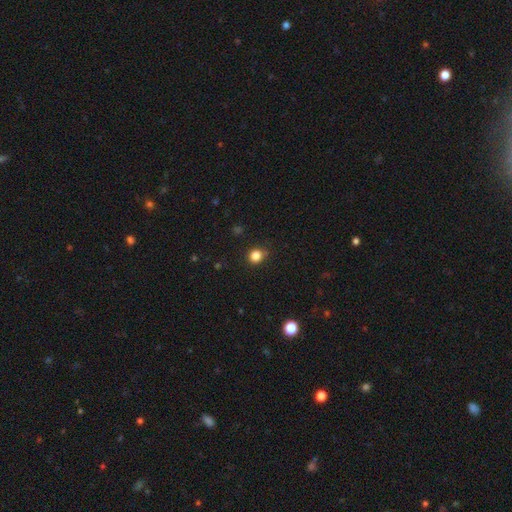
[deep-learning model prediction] This is clearly a smooth galaxy (83%). How rounded: clearly round (83%). Merging: clearly none (84%).